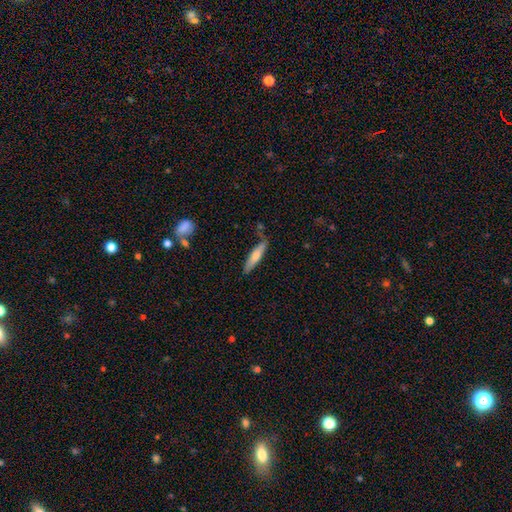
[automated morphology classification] smooth 67%, featured or disk 28%, star or artifact 6%. Down the decision tree: how rounded — cigar-shaped (83%); merging — none (76%).